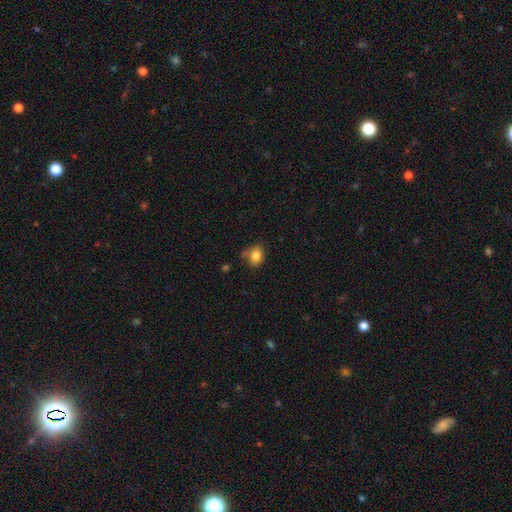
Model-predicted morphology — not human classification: Smooth or featured? Predicted: smooth (p=0.83). How rounded? Predicted: round (p=0.52). Merging? Predicted: none (p=0.61).